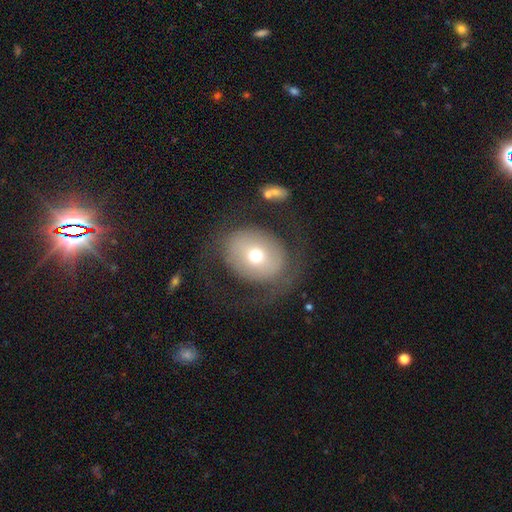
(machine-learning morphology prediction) This is possibly a smooth galaxy (54%). How rounded: likely round (60%). Merging: possibly none (51%).